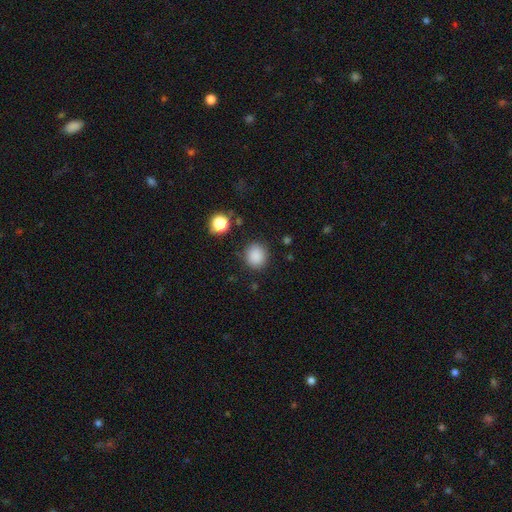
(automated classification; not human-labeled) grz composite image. It shows a smooth galaxy with no disk features (86%) that is round (85%). Merging: none (85%).